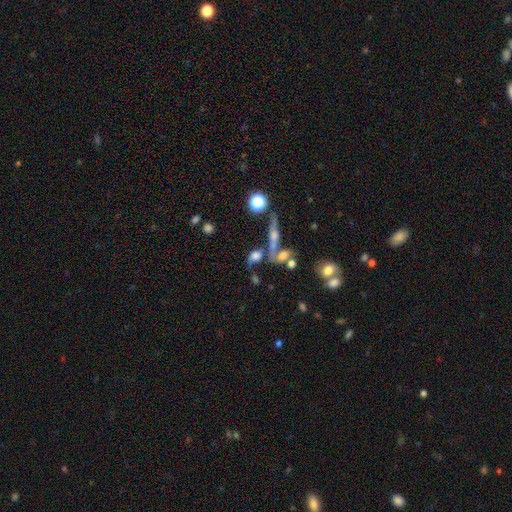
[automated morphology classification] Q: Smooth or featured?
A: smooth (48%); runner-up: featured or disk (36%)
Q: Merging?
A: none (40%); runner-up: merger (34%)